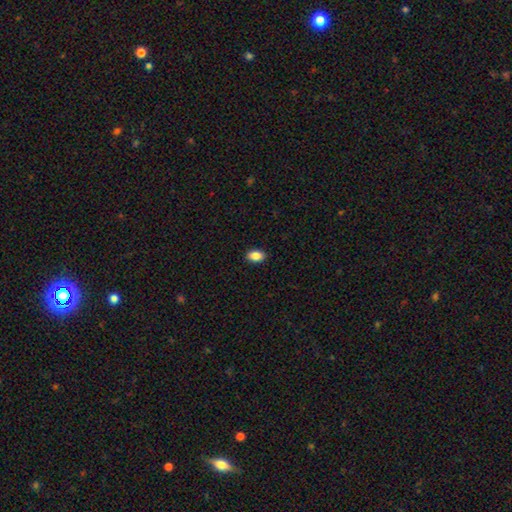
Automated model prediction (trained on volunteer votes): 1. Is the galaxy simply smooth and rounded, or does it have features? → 87% smooth, 8% star or artifact, 5% featured or disk.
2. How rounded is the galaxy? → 89% in between, 10% round, 1% cigar-shaped.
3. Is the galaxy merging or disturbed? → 91% none, 7% minor disturbance, 2% major disturbance, 1% merger.